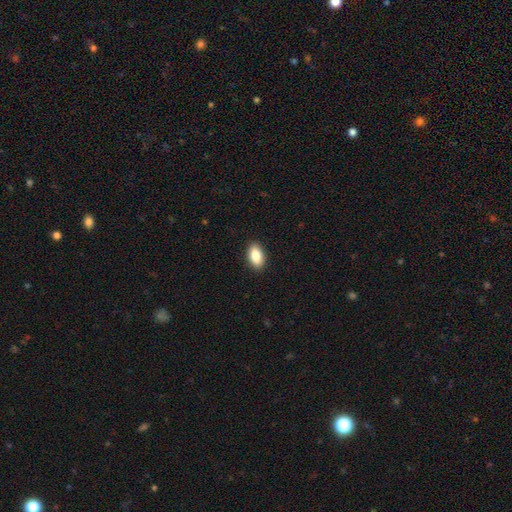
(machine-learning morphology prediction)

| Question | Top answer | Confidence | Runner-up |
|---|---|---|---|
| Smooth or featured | smooth | 86% | star or artifact (7%) |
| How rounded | in between | 92% | round (5%) |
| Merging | none | 90% | minor disturbance (7%) |